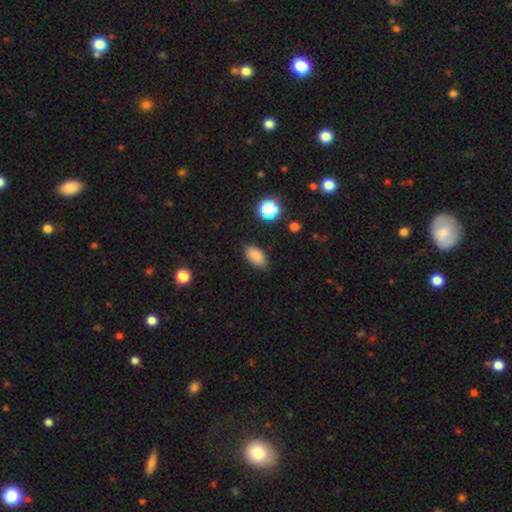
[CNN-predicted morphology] The model was most divided on "merging": none: 82%, minor disturbance: 14%, major disturbance: 3%, merger: 2%. More confident: how rounded — in between (91%); smooth or featured — smooth (86%).